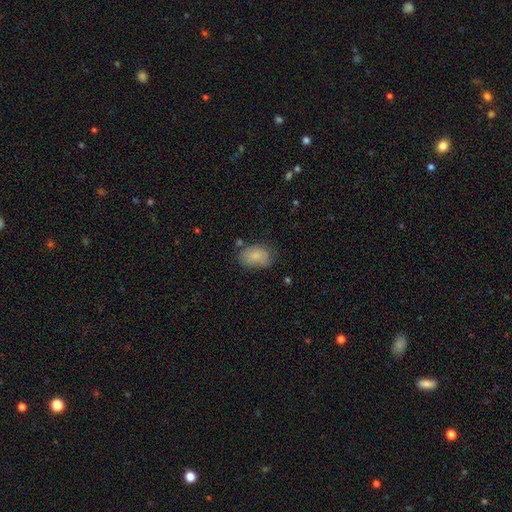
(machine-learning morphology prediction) smooth-or-featured: smooth: 83% | featured or disk: 10% | star or artifact: 8%
  how-rounded: in between: 82% | round: 17% | cigar-shaped: 1%
  merging: none: 68% | minor disturbance: 23% | major disturbance: 6% | merger: 4%